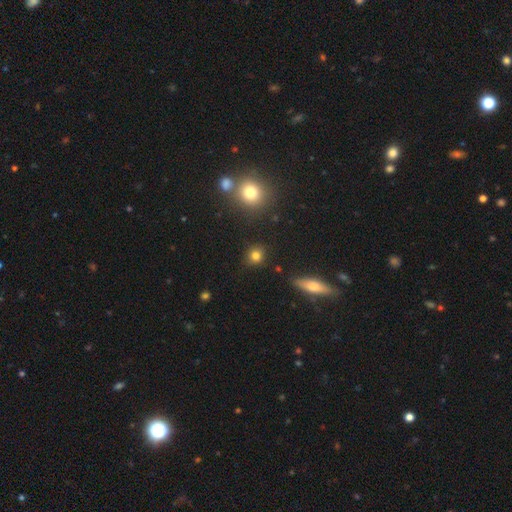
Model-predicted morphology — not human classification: A smooth galaxy with no disk features (80%) that is round (83%). Merging: none (87%).